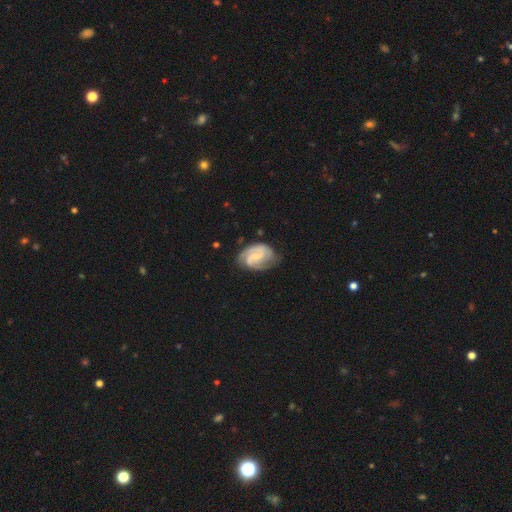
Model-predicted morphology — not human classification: smooth_or_featured: featured or disk (p=0.84) [alt: smooth p=0.11]
disk_edge_on: no (p=0.98) [alt: yes p=0.02]
bar: weak (p=0.50) [alt: no p=0.38]
has_spiral_arms: yes (p=0.97) [alt: no p=0.03]
spiral_winding: medium (p=0.44) [tied with: tight p=0.44]
spiral_arm_count: 2 (p=0.68) [alt: 3 p=0.13]
bulge_size: small (p=0.62) [alt: moderate p=0.26]
merging: none (p=0.65) [alt: minor disturbance p=0.24]